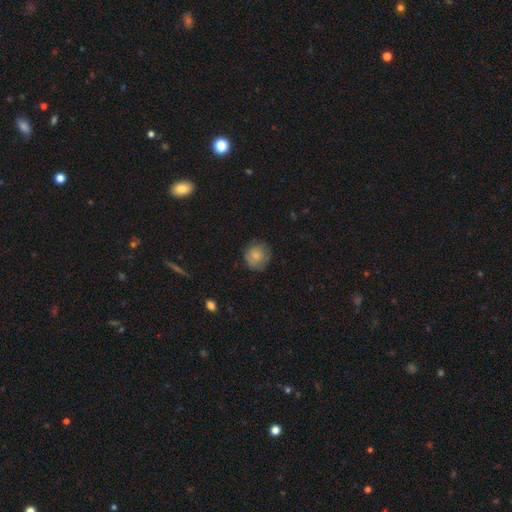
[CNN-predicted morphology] Smooth or featured? Predicted: smooth (p=0.76). How rounded? Predicted: round (p=0.87). Merging? Predicted: none (p=0.73).